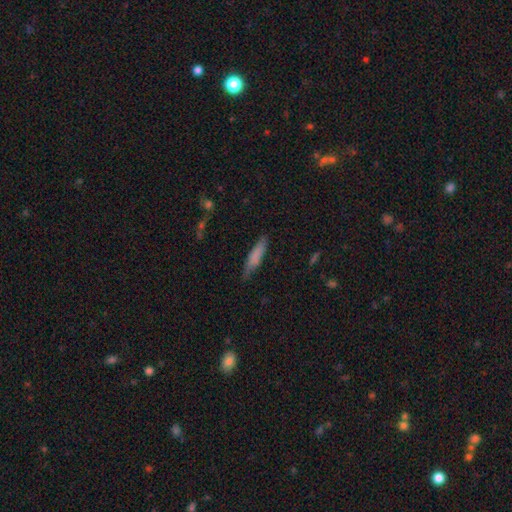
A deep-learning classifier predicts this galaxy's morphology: The model was most divided on "merging": none: 74%, minor disturbance: 21%, major disturbance: 4%, merger: 2%. More confident: how rounded — cigar-shaped (80%); smooth or featured — smooth (77%).